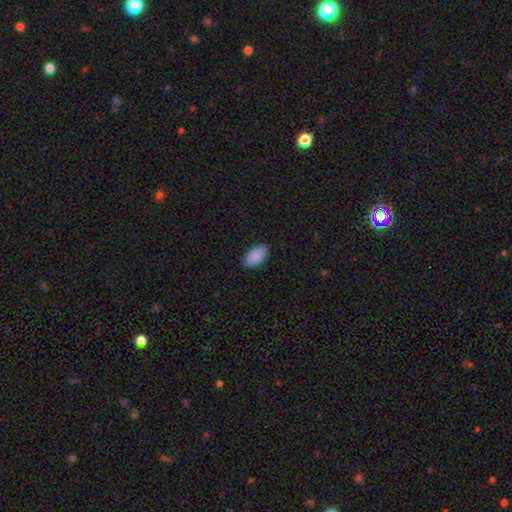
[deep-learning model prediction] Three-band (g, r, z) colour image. It shows a smooth galaxy with no disk features (90%) that is in between round and cigar-shaped (94%). Merging: none (87%).